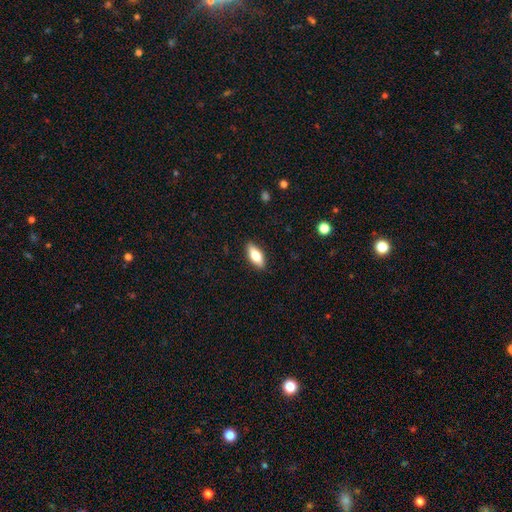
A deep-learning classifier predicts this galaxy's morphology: This appears to be a smooth galaxy with no disk features (70%) that is in between round and cigar-shaped (77%). Merging: none (89%).